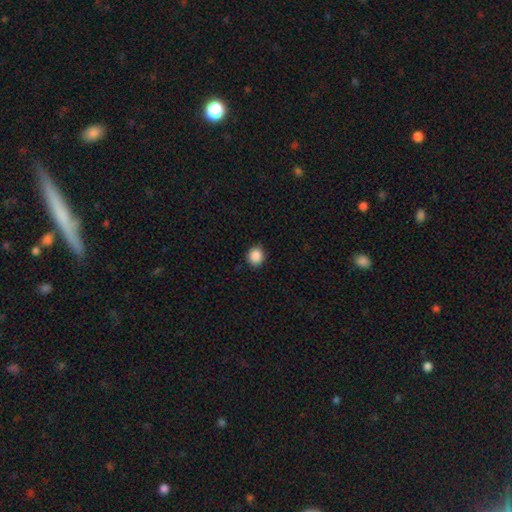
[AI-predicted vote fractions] Q: Smooth or featured?
A: smooth (88%); runner-up: star or artifact (9%)
Q: How rounded?
A: round (82%); runner-up: in between (17%)
Q: Merging?
A: none (88%); runner-up: minor disturbance (9%)